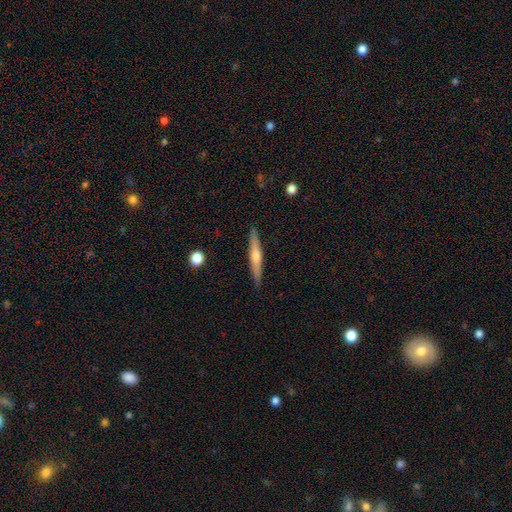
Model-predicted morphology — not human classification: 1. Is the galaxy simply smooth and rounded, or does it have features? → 54% featured or disk, 40% smooth, 6% star or artifact.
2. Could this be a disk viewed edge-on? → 96% yes, 4% no.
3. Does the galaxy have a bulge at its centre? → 81% rounded, 16% none, 4% boxy.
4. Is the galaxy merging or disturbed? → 90% none, 7% minor disturbance, 1% major disturbance, 1% merger.